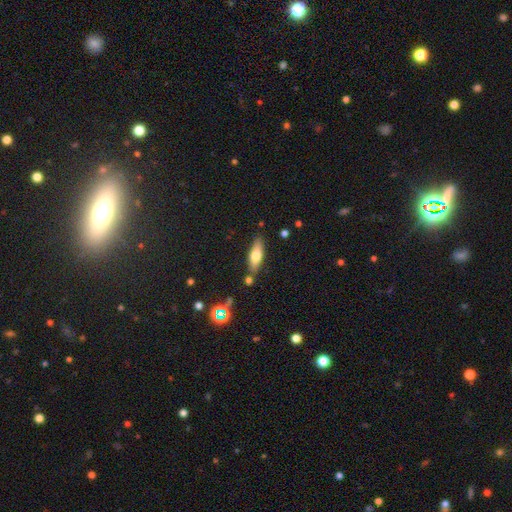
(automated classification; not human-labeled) Smooth or featured? Predicted: smooth (p=0.62). How rounded? Predicted: in between (p=0.57). Merging? Predicted: none (p=0.78).